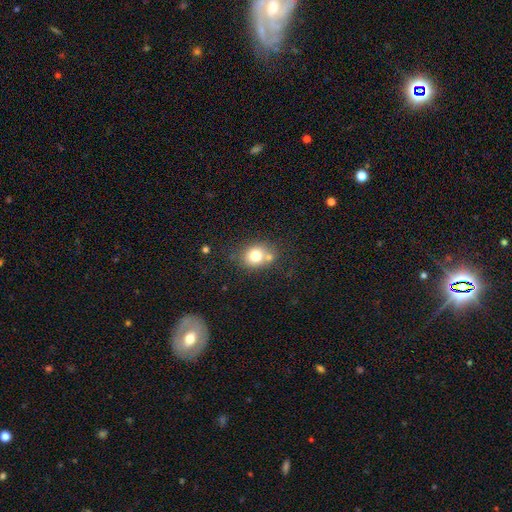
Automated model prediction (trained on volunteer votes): smooth_or_featured: smooth (p=0.75) [alt: featured or disk p=0.14]
how_rounded: round (p=0.64) [alt: in between p=0.35]
merging: none (p=0.59) [alt: merger p=0.24]